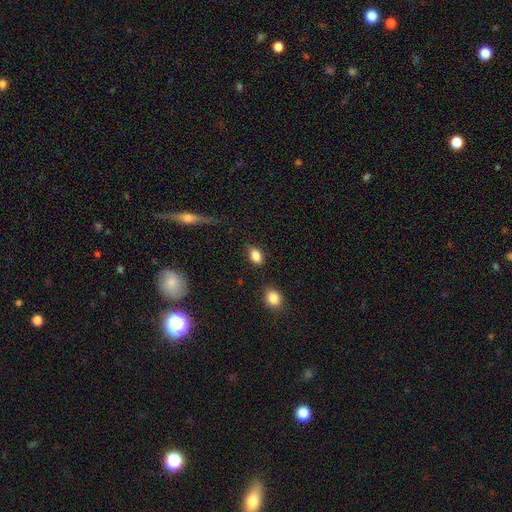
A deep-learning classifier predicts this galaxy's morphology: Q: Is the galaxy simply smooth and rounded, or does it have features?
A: smooth — 84%.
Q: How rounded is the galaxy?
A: in between — 81%.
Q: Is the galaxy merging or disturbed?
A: none — 76%.